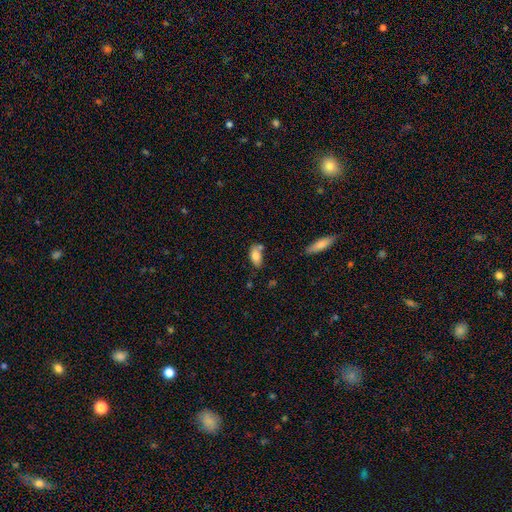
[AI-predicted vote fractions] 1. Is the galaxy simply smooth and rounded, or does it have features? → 77% smooth, 15% featured or disk, 8% star or artifact.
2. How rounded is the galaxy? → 89% in between, 6% cigar-shaped, 5% round.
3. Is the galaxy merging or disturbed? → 48% none, 24% minor disturbance, 20% merger, 7% major disturbance.